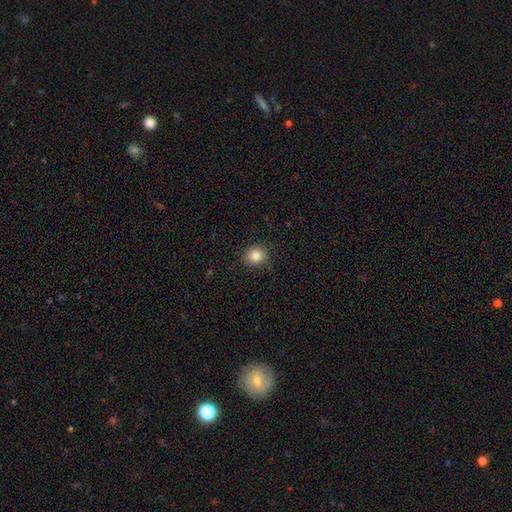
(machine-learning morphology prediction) smooth_or_featured: smooth (p=0.84) [alt: star or artifact p=0.11]
how_rounded: round (p=0.86) [alt: in between p=0.13]
merging: none (p=0.89) [alt: minor disturbance p=0.08]